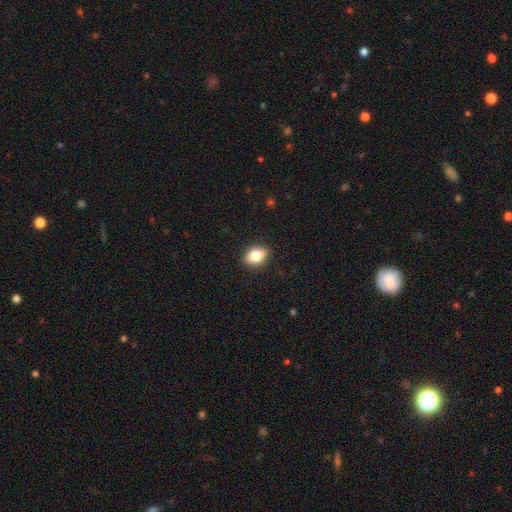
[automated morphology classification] Q: Smooth or featured?
A: smooth (81%); runner-up: featured or disk (10%)
Q: How rounded?
A: in between (72%); runner-up: round (26%)
Q: Merging?
A: none (88%); runner-up: minor disturbance (9%)